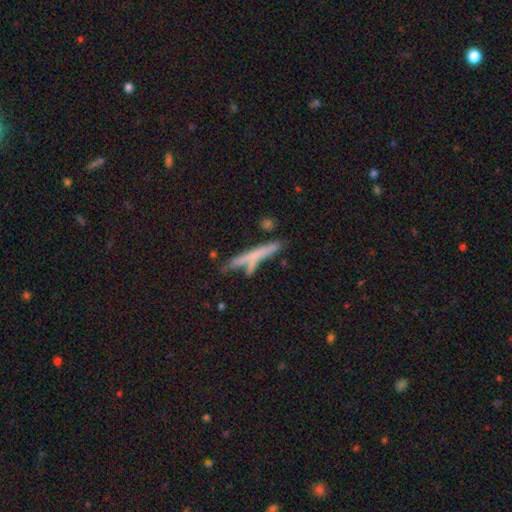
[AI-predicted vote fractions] Smooth or featured: smooth — 56% (featured or disk — 36%)
How rounded: cigar-shaped — 93% (in between — 5%)
Merging: none — 59% (merger — 20%)